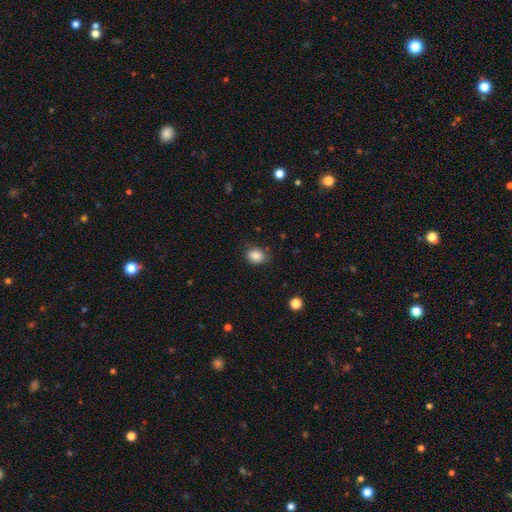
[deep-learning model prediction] smooth-or-featured: smooth: 86% | star or artifact: 9% | featured or disk: 5%
  how-rounded: in between: 63% | round: 36% | cigar-shaped: 1%
  merging: none: 77% | minor disturbance: 18% | major disturbance: 4% | merger: 1%